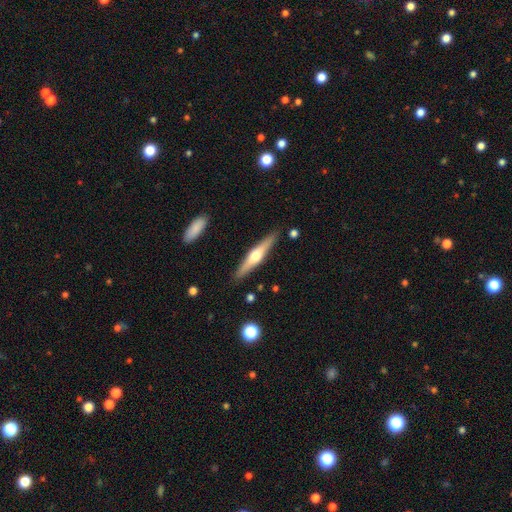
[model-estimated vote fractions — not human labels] This appears to be a featured or disk galaxy (61%) viewed edge-on (96%) with a rounded central bulge (93%). Merging: none (88%).